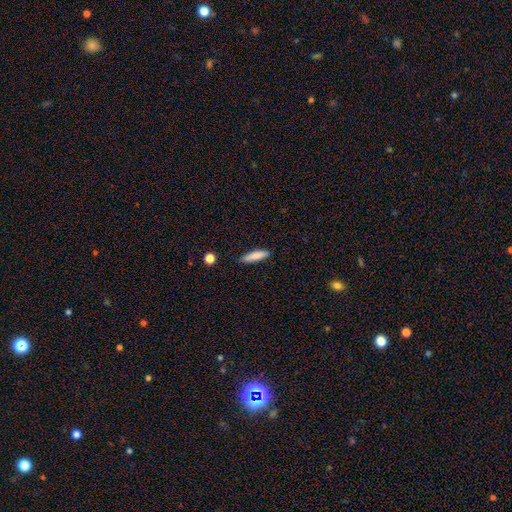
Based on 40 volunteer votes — This is likely a smooth galaxy (72%). How rounded: clearly cigar-shaped (83%). Merging: clearly none (89%).